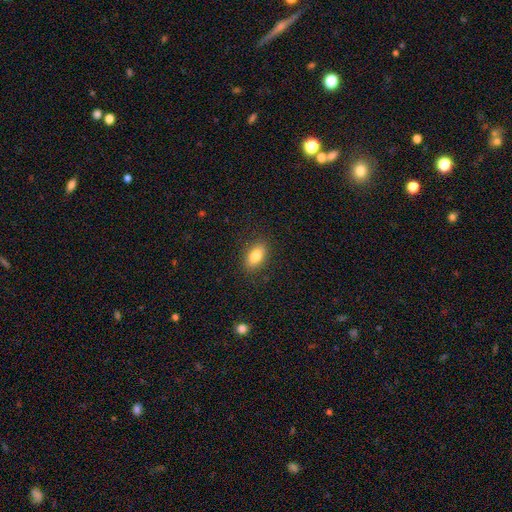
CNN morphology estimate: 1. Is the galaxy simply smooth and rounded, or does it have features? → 81% smooth, 11% featured or disk, 8% star or artifact.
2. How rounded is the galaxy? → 88% in between, 7% round, 6% cigar-shaped.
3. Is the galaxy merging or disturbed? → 87% none, 9% minor disturbance, 3% major disturbance, 1% merger.